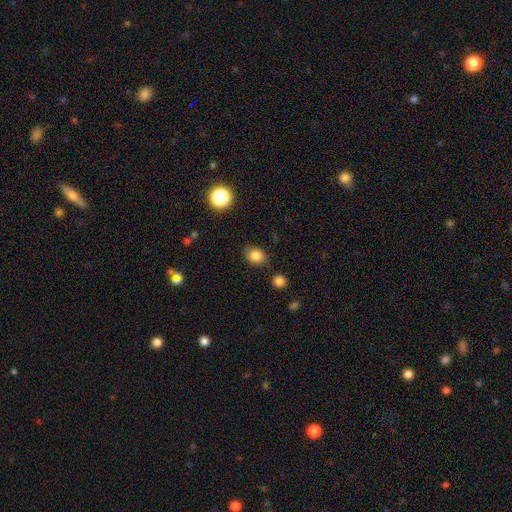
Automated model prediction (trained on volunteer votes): Overall: smooth (83%). How rounded: in between (50%; round 49%). Merging: none (82%).